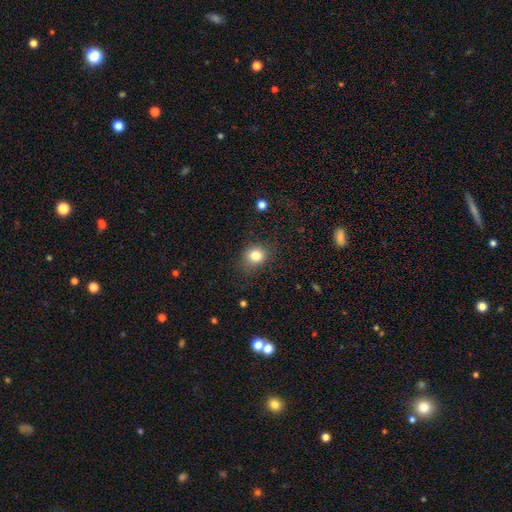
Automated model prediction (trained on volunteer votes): smooth 81%, star or artifact 12%, featured or disk 7%. Down the decision tree: how rounded — round (69%); merging — none (79%).